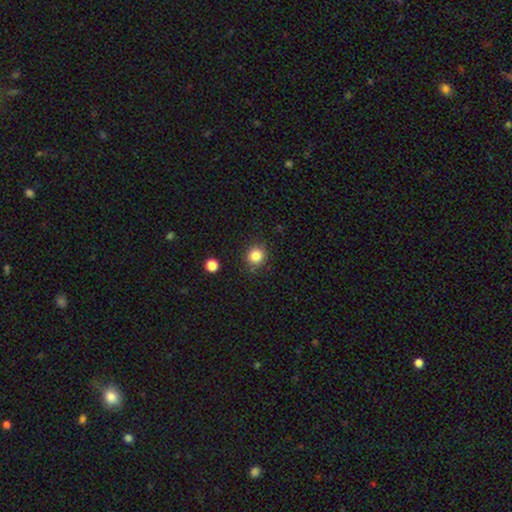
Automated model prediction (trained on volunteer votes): Overall: smooth (84%). How rounded: round (88%). Merging: none (86%).